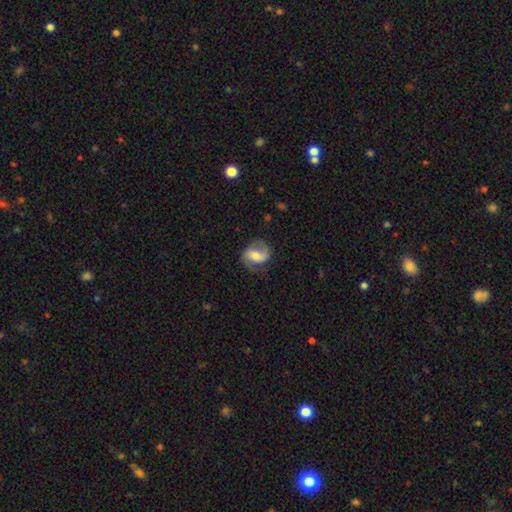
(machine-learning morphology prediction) type=featured or disk (71%); edge-on=no (97%); bar=weak (44%); spiral arms=yes (92%); winding=medium (47%); arm count=2 (83%); bulge=moderate (55%); merging=none (72%).